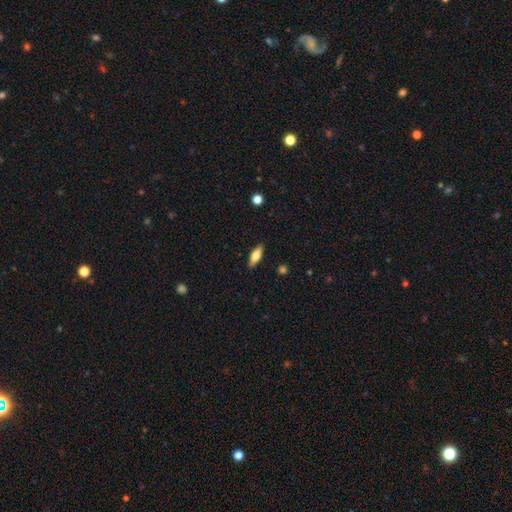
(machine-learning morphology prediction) Smooth or featured? Predicted: smooth (p=0.72). How rounded? Predicted: in between (p=0.65). Merging? Predicted: none (p=0.88).